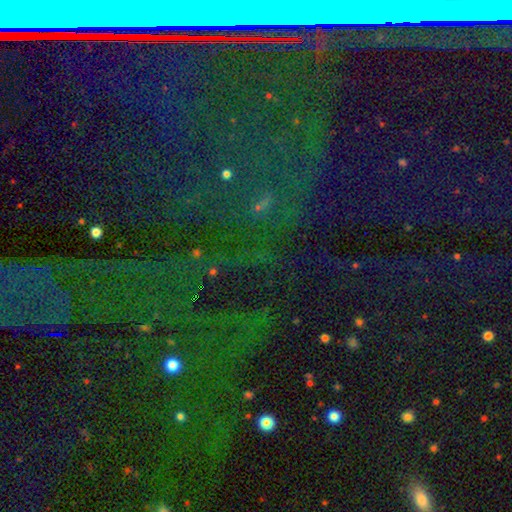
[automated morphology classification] star or artifact 82%, smooth 10%, featured or disk 8%.